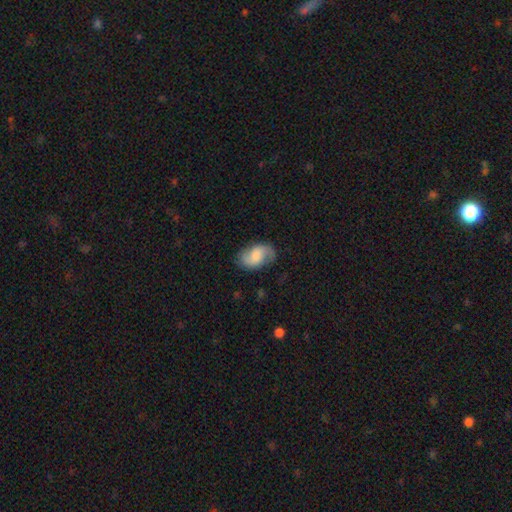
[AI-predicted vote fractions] Morphology: type=featured or disk (49%); merging=none (74%).